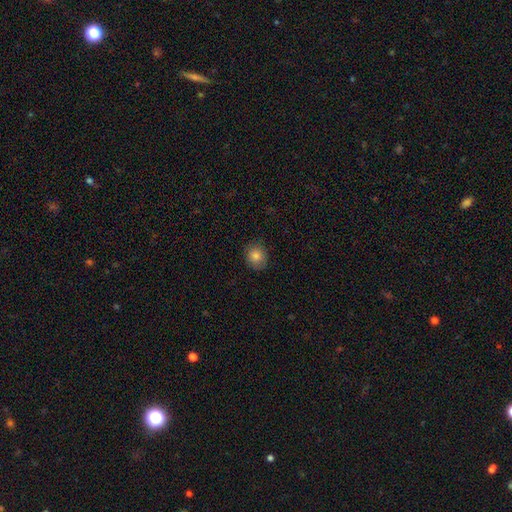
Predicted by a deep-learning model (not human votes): Smooth or featured: smooth — 84% (star or artifact — 10%)
How rounded: round — 79% (in between — 21%)
Merging: none — 84% (minor disturbance — 12%)